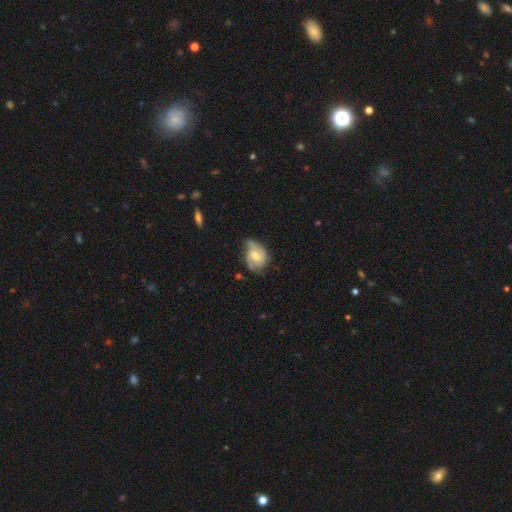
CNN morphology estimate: This is likely a featured or disk galaxy (75%). It is clearly not viewed edge-on (97%). Bar: possibly no (55%). Spiral arm pattern: clearly yes (94%). Spiral arm count: likely 2 (65%). Spiral winding: marginally medium (45%). Central bulge: possibly moderate (54%). Merging: possibly none (55%).